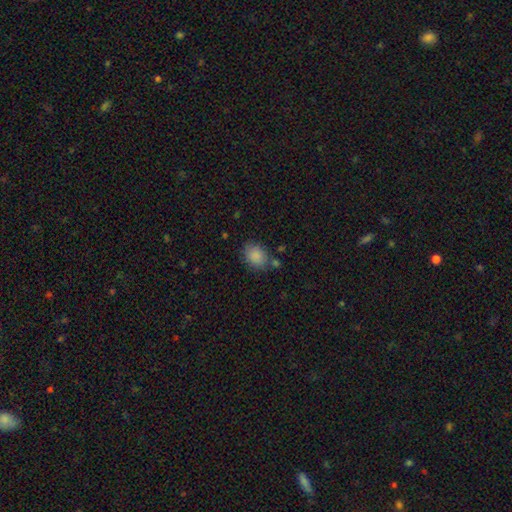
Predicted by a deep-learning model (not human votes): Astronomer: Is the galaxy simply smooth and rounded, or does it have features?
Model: smooth — 87%.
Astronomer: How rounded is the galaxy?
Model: in between — 58% (runner-up: round, 41%).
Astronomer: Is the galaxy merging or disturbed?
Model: none — 73%.